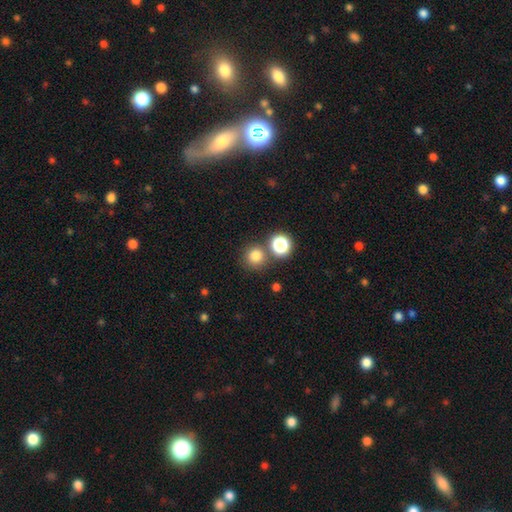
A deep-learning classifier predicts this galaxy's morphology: Q: Smooth or featured?
A: smooth (79%); runner-up: star or artifact (15%)
Q: How rounded?
A: round (92%); runner-up: in between (7%)
Q: Merging?
A: none (75%); runner-up: merger (14%)